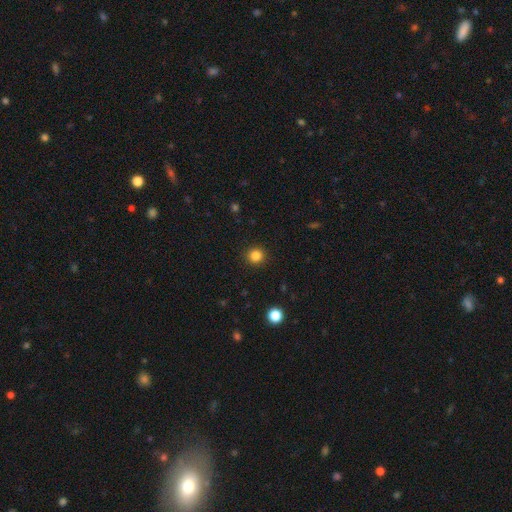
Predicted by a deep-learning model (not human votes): smooth 83%, star or artifact 13%, featured or disk 4%. Down the decision tree: how rounded — round (94%); merging — none (92%).